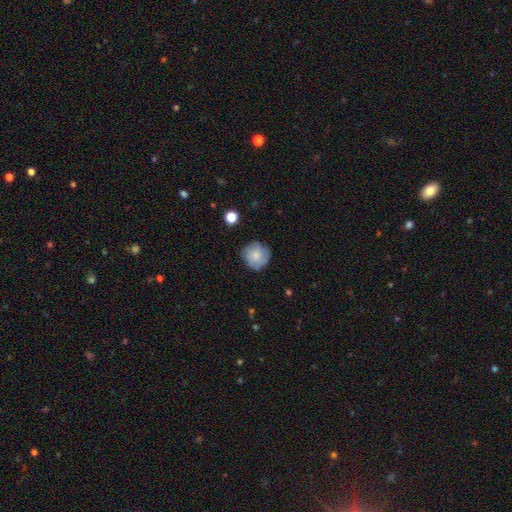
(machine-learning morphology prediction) Smooth or featured: smooth — 74% (featured or disk — 19%)
How rounded: round — 92% (in between — 7%)
Merging: none — 77% (minor disturbance — 17%)